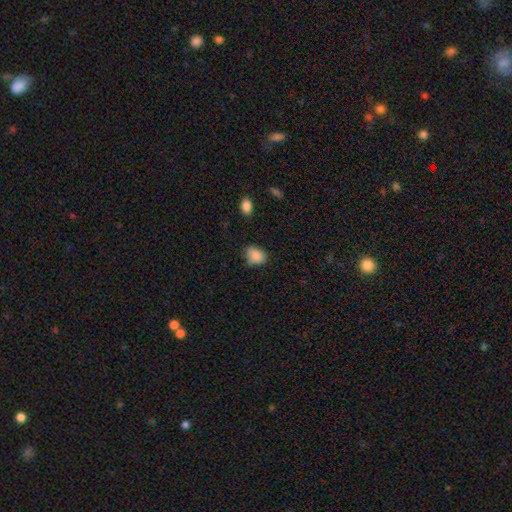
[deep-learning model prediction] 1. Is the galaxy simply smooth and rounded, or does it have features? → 86% smooth, 9% star or artifact, 5% featured or disk.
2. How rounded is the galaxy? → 68% in between, 31% round, 1% cigar-shaped.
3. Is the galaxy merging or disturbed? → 65% none, 28% minor disturbance, 5% major disturbance, 2% merger.